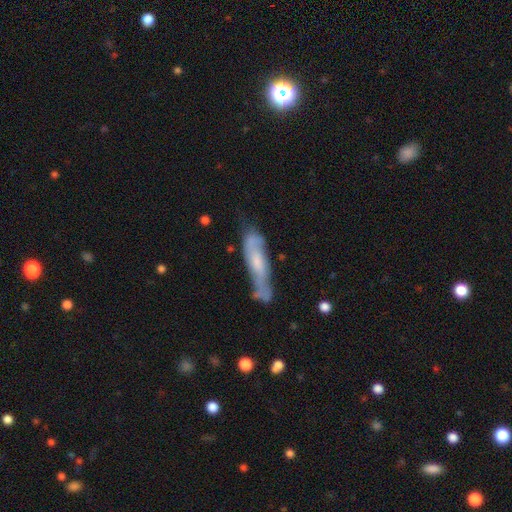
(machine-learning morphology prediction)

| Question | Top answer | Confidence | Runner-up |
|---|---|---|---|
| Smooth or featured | featured or disk | 61% | smooth (30%) |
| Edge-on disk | no | 56% | yes (44%) |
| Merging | none | 62% | minor disturbance (24%) |